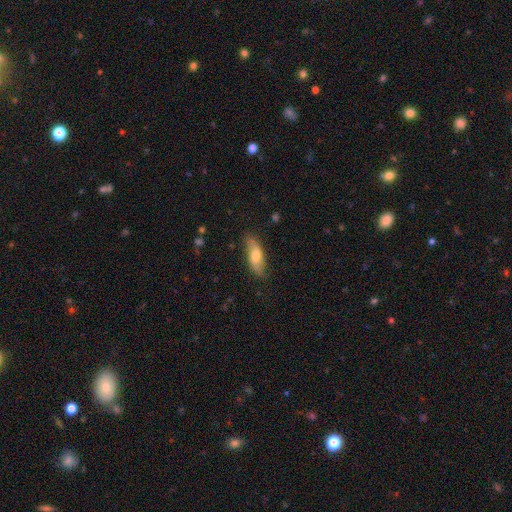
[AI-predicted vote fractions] smooth 67%, featured or disk 27%, star or artifact 6%. Down the decision tree: how rounded — in between (67%); merging — none (78%).